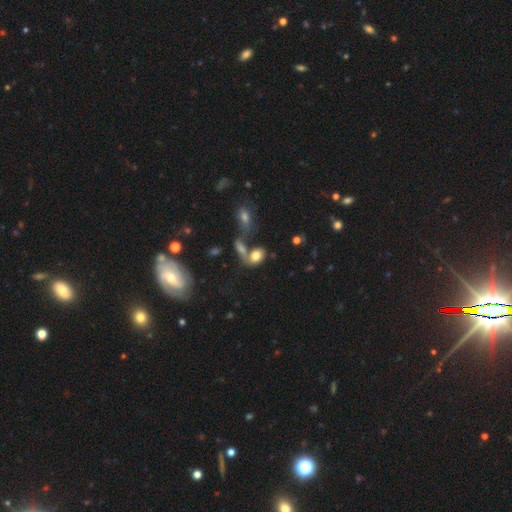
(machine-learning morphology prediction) Q: Smooth or featured?
A: smooth (76%); runner-up: featured or disk (13%)
Q: How rounded?
A: in between (80%); runner-up: round (17%)
Q: Merging?
A: none (42%); runner-up: merger (37%)